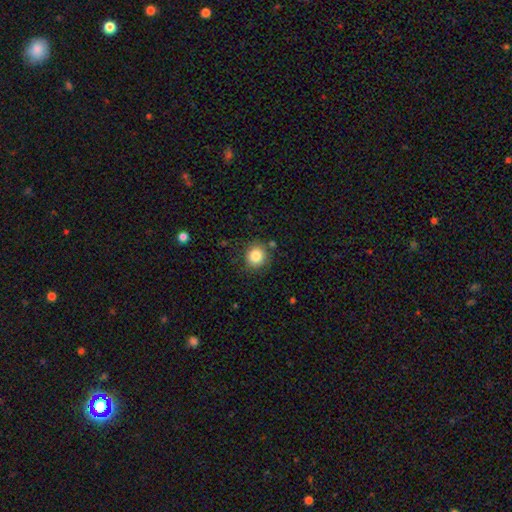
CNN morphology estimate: A smooth galaxy with no disk features (84%) that is round (89%).

Vote fractions:
- Smooth or featured? smooth: 84% / star or artifact: 10% / featured or disk: 6%
- How rounded? round: 89% / in between: 11% / cigar-shaped: 1%
- Merging? none: 83% / minor disturbance: 11% / merger: 3% / major disturbance: 3%